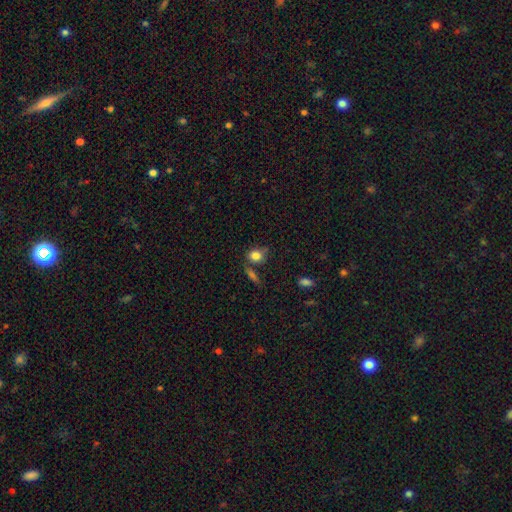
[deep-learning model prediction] smooth_or_featured: smooth (p=0.82) [alt: star or artifact p=0.10]
how_rounded: round (p=0.51) [alt: in between p=0.46]
merging: none (p=0.61) [alt: minor disturbance p=0.20]